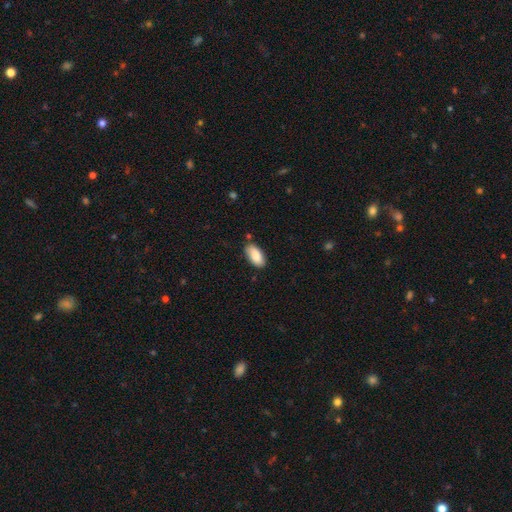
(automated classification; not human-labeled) Overall: smooth (87%). How rounded: in between (93%). Merging: none (79%).